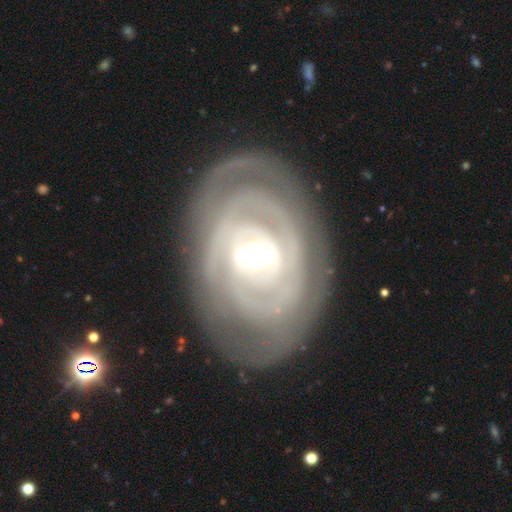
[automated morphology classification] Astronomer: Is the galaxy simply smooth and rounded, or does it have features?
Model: featured or disk — 87%.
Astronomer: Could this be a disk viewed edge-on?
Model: no — 96%.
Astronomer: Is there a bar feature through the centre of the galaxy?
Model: weak — 37% (runner-up: no, 33%).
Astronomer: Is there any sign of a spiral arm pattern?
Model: yes — 87%.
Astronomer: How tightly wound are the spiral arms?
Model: tight — 70%.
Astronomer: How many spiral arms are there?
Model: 2 — 48% (runner-up: can't tell, 26%).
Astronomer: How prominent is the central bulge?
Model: moderate — 70%.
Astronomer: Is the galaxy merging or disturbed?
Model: none — 70%.